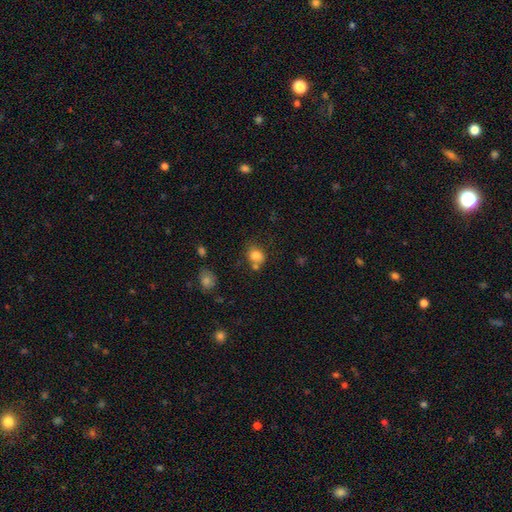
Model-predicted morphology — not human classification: Smooth or featured?
  - smooth: 79% *
  - star or artifact: 11%
  - featured or disk: 10%
How rounded?
  - round: 57% *
  - in between: 42%
  - cigar-shaped: 1%
Merging?
  - none: 56% *
  - merger: 21%
  - minor disturbance: 18%
  - major disturbance: 6%